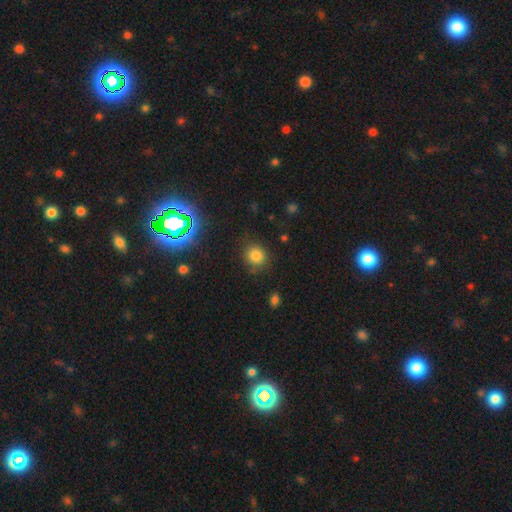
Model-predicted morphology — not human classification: smooth_or_featured: smooth (p=0.79) [alt: star or artifact p=0.15]
how_rounded: round (p=0.86) [alt: in between p=0.13]
merging: none (p=0.81) [alt: minor disturbance p=0.13]